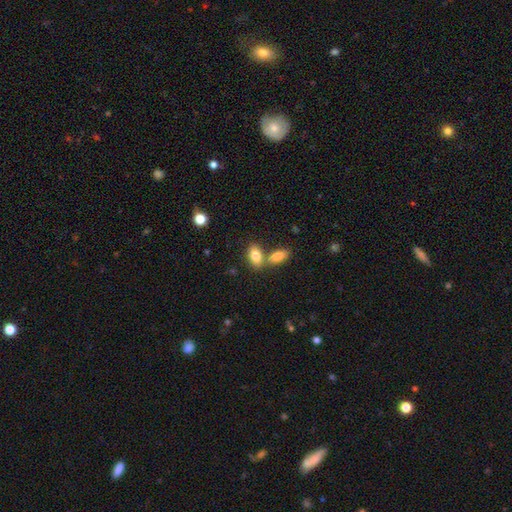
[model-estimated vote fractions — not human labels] The model was most divided on "merging": none: 49%, merger: 38%, minor disturbance: 10%, major disturbance: 3%. More confident: how rounded — in between (91%); smooth or featured — smooth (84%).